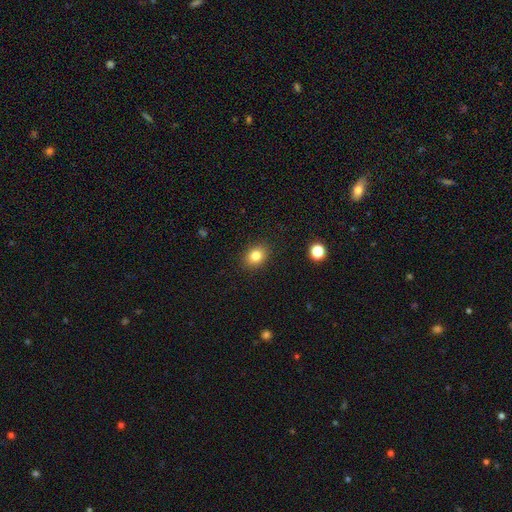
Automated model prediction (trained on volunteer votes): Smooth or featured: smooth — 82% (star or artifact — 10%)
How rounded: in between — 56% (round — 43%)
Merging: none — 88% (minor disturbance — 8%)